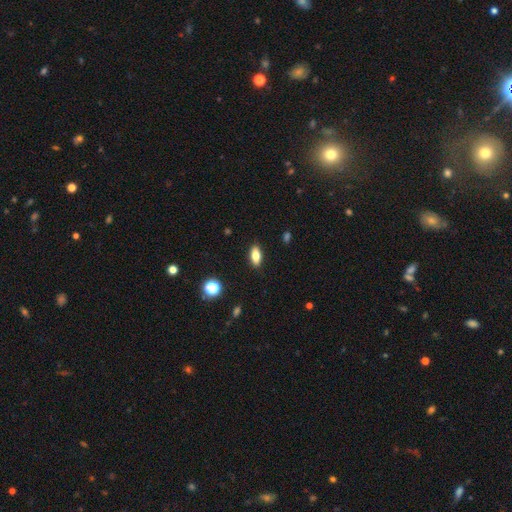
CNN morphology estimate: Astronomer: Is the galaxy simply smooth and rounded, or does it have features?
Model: smooth — 74%.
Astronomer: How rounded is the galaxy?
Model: in between — 82%.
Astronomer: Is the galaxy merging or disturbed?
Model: none — 89%.